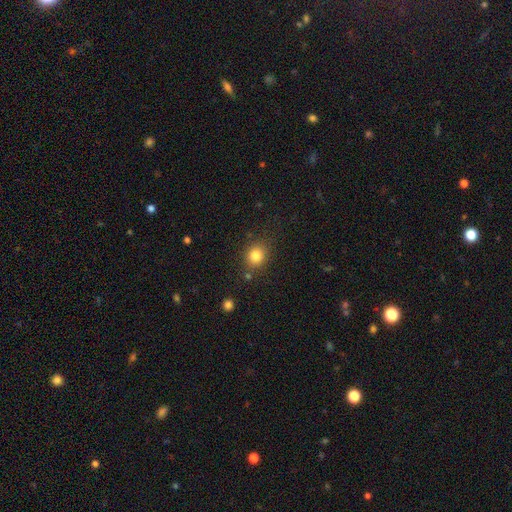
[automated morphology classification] smooth-or-featured: smooth: 83% | star or artifact: 11% | featured or disk: 6%
  how-rounded: round: 74% | in between: 25% | cigar-shaped: 1%
  merging: none: 80% | minor disturbance: 11% | merger: 5% | major disturbance: 4%